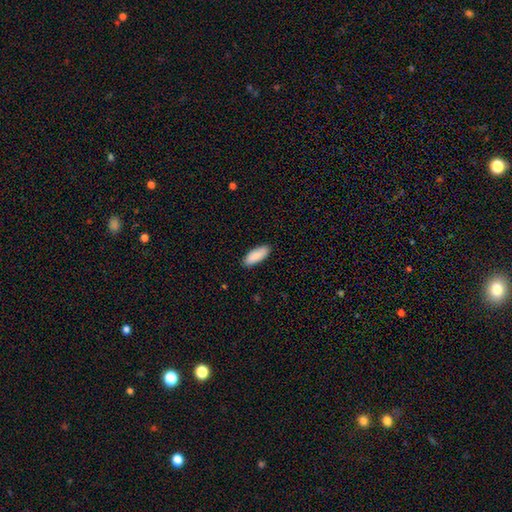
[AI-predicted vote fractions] This is clearly a smooth galaxy (90%). How rounded: likely in between (78%). Merging: clearly none (89%).